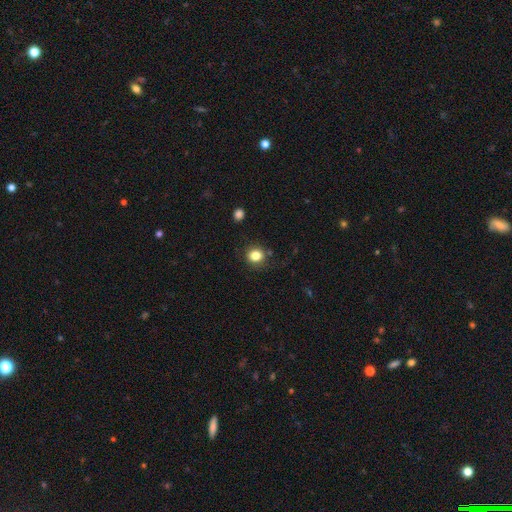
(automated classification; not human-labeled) A smooth galaxy with no disk features (83%) that is round (84%). Merging: none (83%).